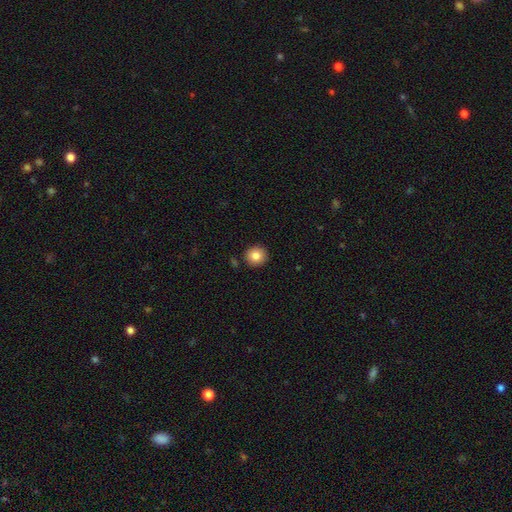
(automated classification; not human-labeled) A smooth galaxy with no disk features (84%) that is round (92%).

Vote fractions:
- Smooth or featured? smooth: 84% / star or artifact: 9% / featured or disk: 7%
- How rounded? round: 92% / in between: 7% / cigar-shaped: 1%
- Merging? none: 90% / minor disturbance: 6% / merger: 2% / major disturbance: 2%